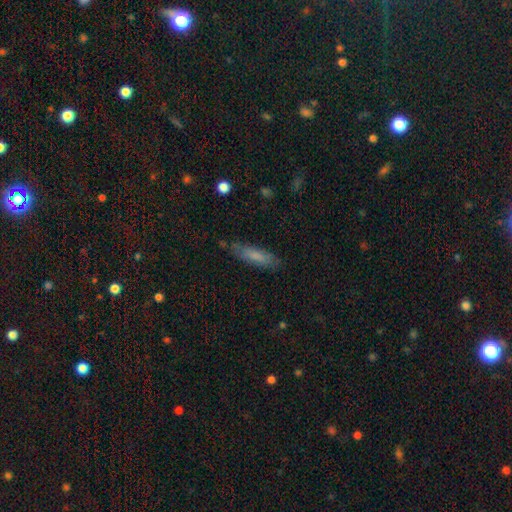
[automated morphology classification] This appears to be a smooth galaxy with no disk features (75%) that is cigar-shaped (65%). Merging: none (78%).